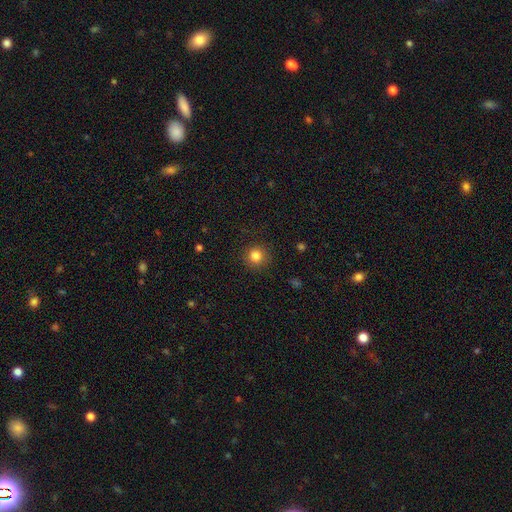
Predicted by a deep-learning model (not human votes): Overall: smooth (83%). How rounded: round (94%). Merging: none (90%).